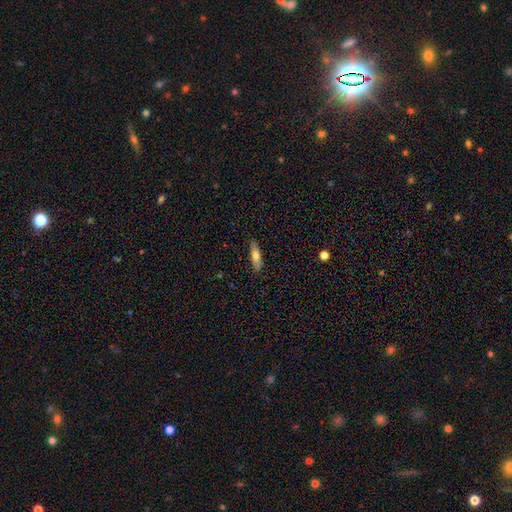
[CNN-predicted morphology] A smooth galaxy with no disk features (68%) that is cigar-shaped (60%). Merging: none (87%).